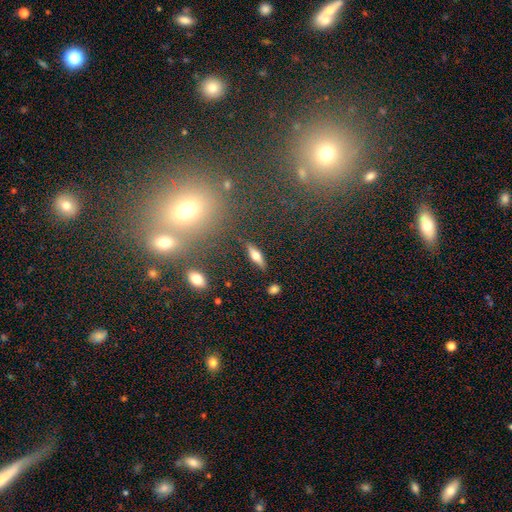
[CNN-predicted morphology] This appears to be a smooth galaxy with no disk features (47%). Merging: none (86%).